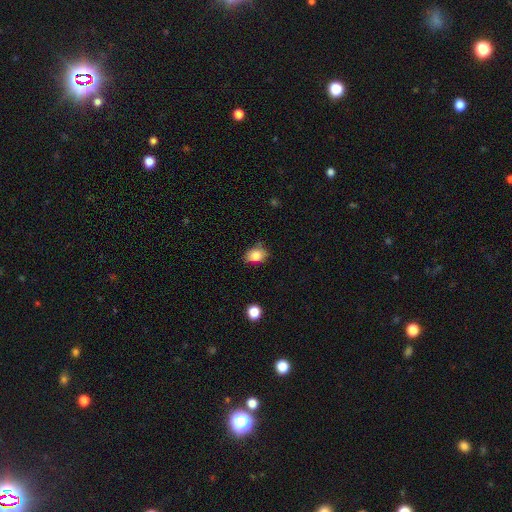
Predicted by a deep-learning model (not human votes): Smooth or featured? Predicted: smooth (p=0.82). How rounded? Predicted: in between (p=0.68). Merging? Predicted: none (p=0.65).